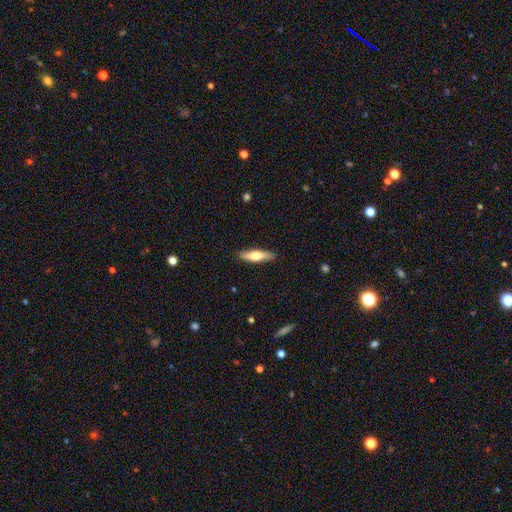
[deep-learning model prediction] Smooth or featured? Predicted: smooth (p=0.61). How rounded? Predicted: cigar-shaped (p=0.70). Merging? Predicted: none (p=0.89).